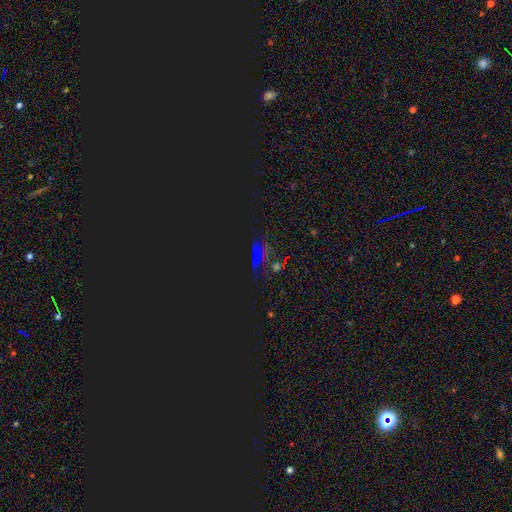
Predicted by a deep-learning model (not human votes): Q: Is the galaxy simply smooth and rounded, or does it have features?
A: star or artifact — 77%.